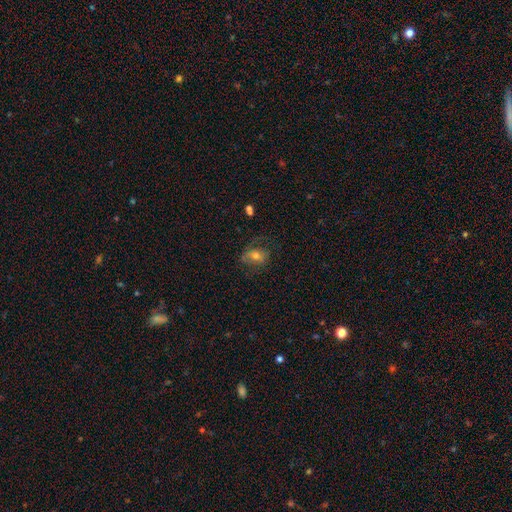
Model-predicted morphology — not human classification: Smooth or featured?
  - smooth: 54% *
  - featured or disk: 35%
  - star or artifact: 11%
How rounded?
  - in between: 68% *
  - round: 30%
  - cigar-shaped: 2%
Merging?
  - none: 61% *
  - minor disturbance: 22%
  - major disturbance: 16%
  - merger: 2%